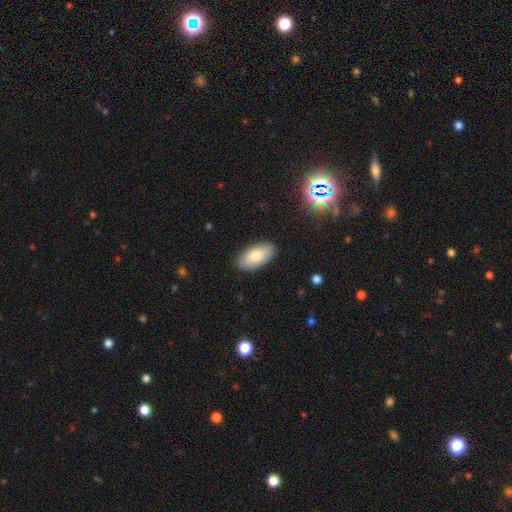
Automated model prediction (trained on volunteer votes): smooth 78%, featured or disk 16%, star or artifact 6%. Down the decision tree: how rounded — in between (94%); merging — none (88%).